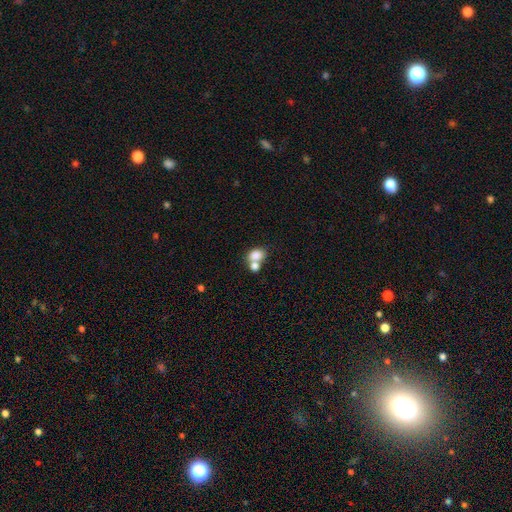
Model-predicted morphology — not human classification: smooth_or_featured: smooth (p=0.80) [alt: featured or disk p=0.10]
how_rounded: in between (p=0.62) [alt: round p=0.37]
merging: merger (p=0.54) [alt: none p=0.34]